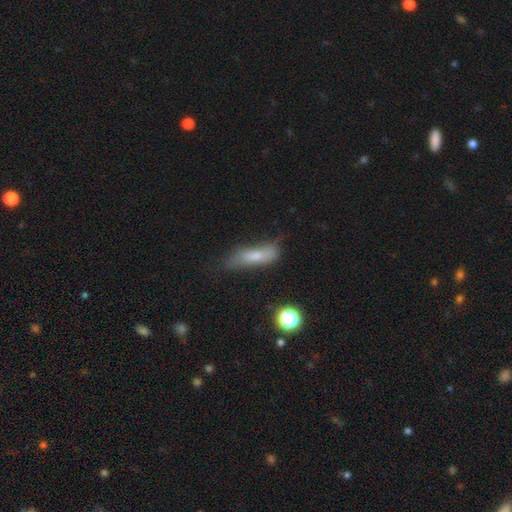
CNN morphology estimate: Q: Smooth or featured?
A: smooth (63%); runner-up: featured or disk (25%)
Q: How rounded?
A: cigar-shaped (58%); runner-up: in between (39%)
Q: Merging?
A: none (53%); runner-up: minor disturbance (30%)